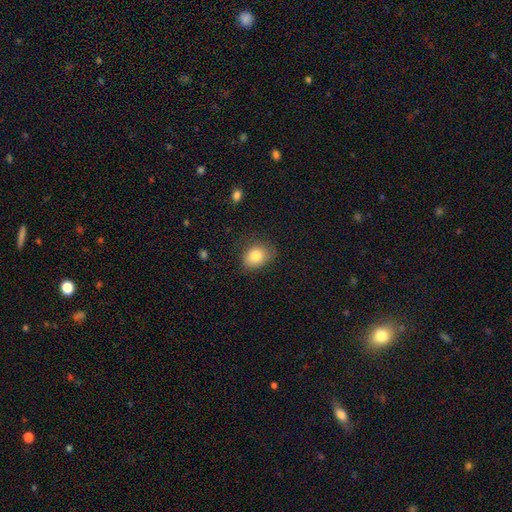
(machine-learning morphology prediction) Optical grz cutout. It shows a smooth galaxy with no disk features (82%) that is in between round and cigar-shaped (66%). Merging: none (73%).